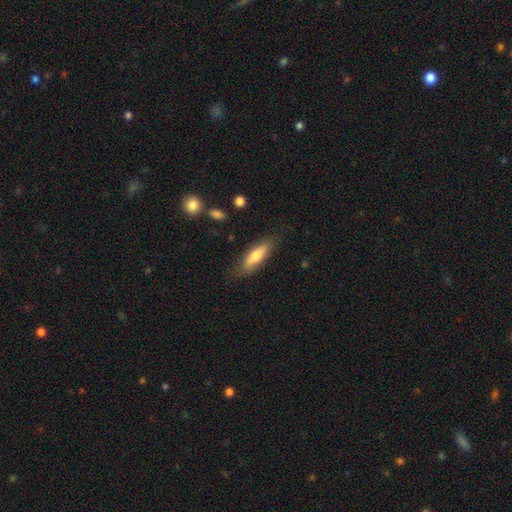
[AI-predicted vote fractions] Smooth or featured? smooth (65%)
How rounded? cigar-shaped (52%)
Merging? none (77%)